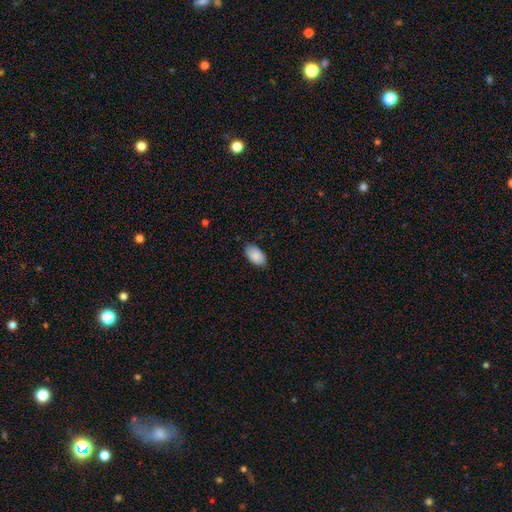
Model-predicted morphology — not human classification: type=smooth (89%); roundness=in between (95%); merging=none (84%).